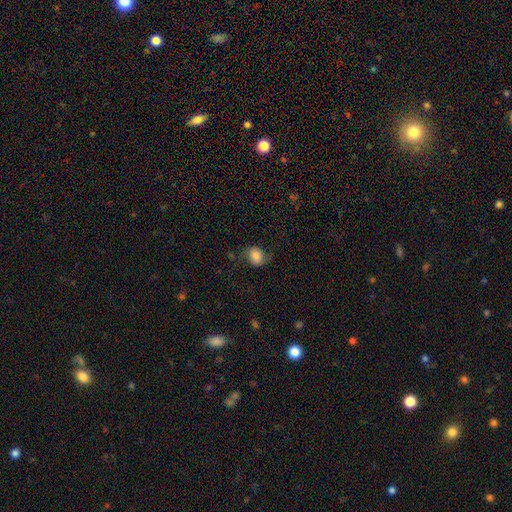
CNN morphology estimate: This appears to be a smooth galaxy with no disk features (70%) that is round (52%). Merging: none (62%).